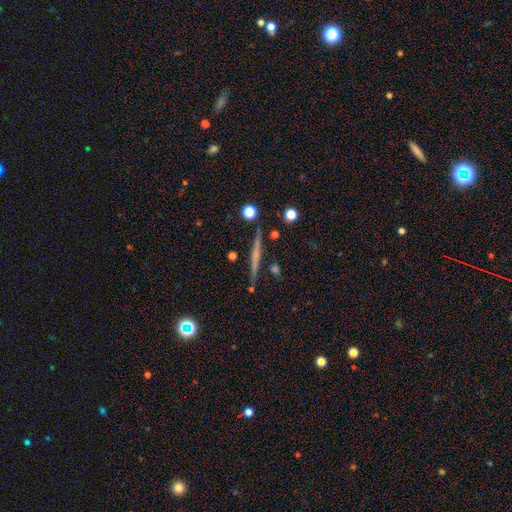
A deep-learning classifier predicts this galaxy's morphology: A featured or disk galaxy (65%) viewed edge-on (98%) with no central bulge (55%). Merging: none (90%).